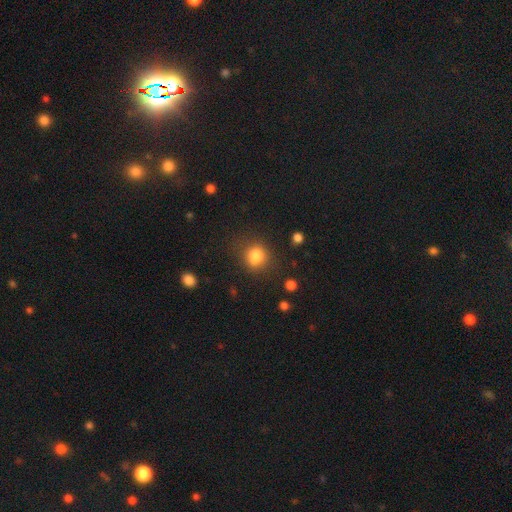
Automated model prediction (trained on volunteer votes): Q: Smooth or featured?
A: smooth (82%); runner-up: star or artifact (12%)
Q: How rounded?
A: round (81%); runner-up: in between (18%)
Q: Merging?
A: none (78%); runner-up: minor disturbance (14%)